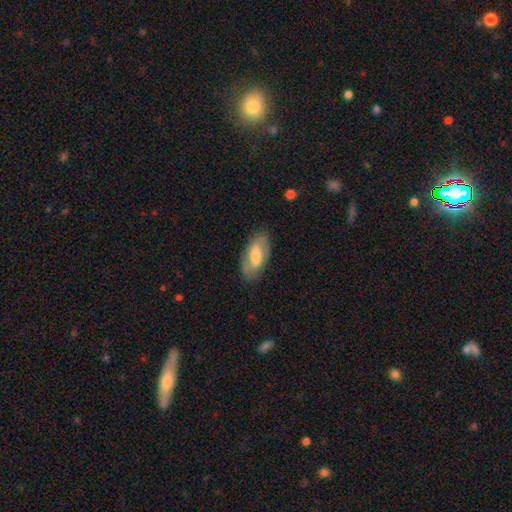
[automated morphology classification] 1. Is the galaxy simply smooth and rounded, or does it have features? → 52% featured or disk, 42% smooth, 6% star or artifact.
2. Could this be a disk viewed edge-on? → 89% no, 11% yes.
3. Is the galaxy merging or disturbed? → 80% none, 14% minor disturbance, 4% major disturbance, 1% merger.